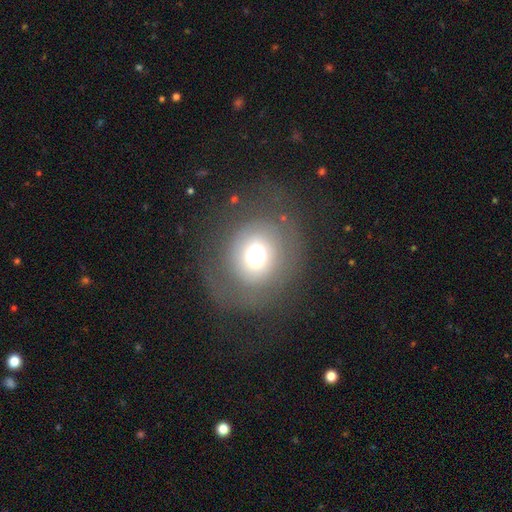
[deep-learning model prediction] Smooth or featured? Predicted: smooth (p=0.53). How rounded? Predicted: round (p=0.81). Merging? Predicted: none (p=0.65).